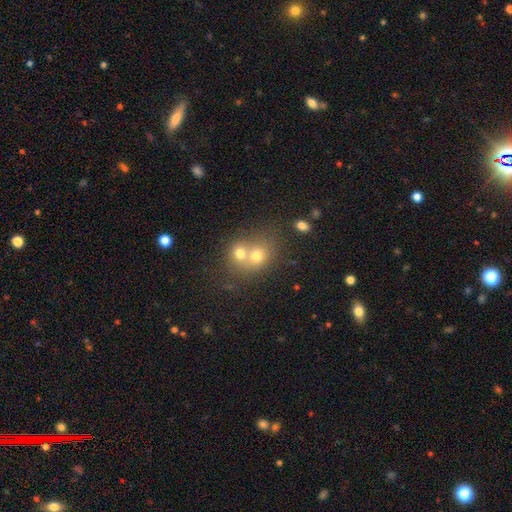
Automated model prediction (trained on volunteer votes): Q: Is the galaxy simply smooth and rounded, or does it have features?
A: smooth — 67%.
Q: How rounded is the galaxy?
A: round — 67%.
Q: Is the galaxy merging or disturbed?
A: merger — 65%.